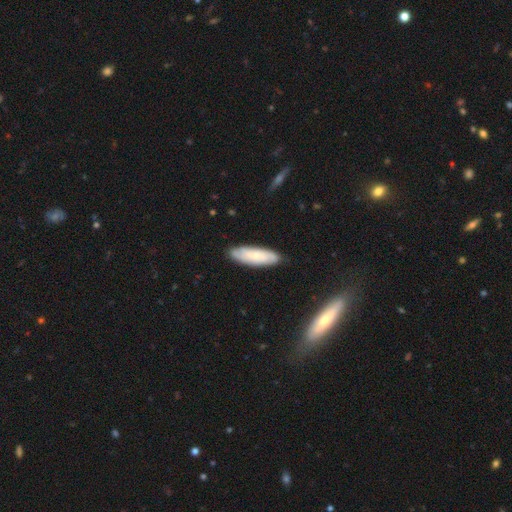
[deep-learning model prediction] Smooth or featured?
  - smooth: 60% *
  - featured or disk: 33%
  - star or artifact: 7%
How rounded?
  - cigar-shaped: 51% *
  - in between: 47%
  - round: 2%
Merging?
  - none: 84% *
  - minor disturbance: 12%
  - major disturbance: 2%
  - merger: 2%